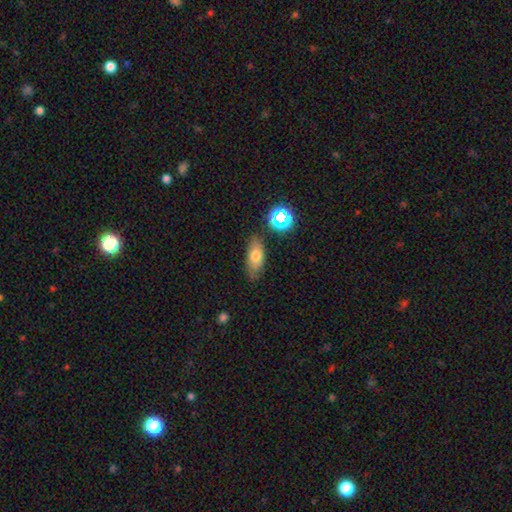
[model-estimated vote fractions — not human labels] A smooth galaxy with no disk features (70%) that is in between round and cigar-shaped (81%). Merging: none (76%).